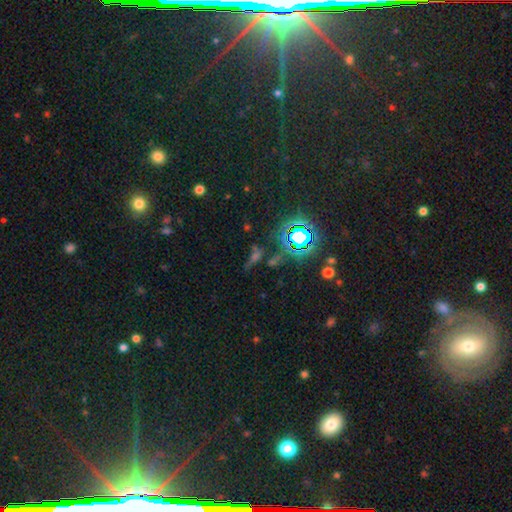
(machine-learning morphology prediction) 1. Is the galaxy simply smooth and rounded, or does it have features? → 53% star or artifact, 26% smooth, 21% featured or disk.